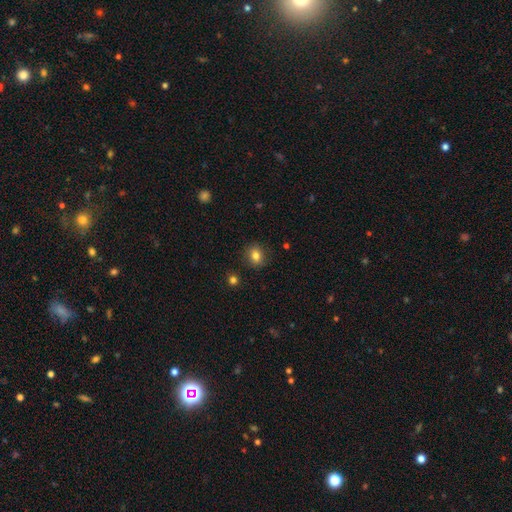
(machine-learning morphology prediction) Smooth or featured? Predicted: smooth (p=0.81). How rounded? Predicted: round (p=0.66). Merging? Predicted: none (p=0.87).